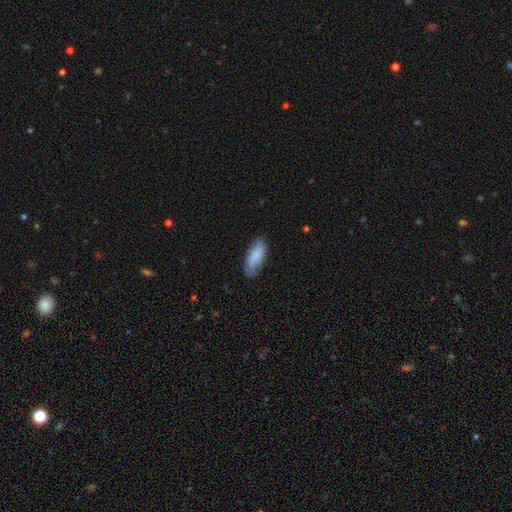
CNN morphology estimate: A smooth galaxy with no disk features (85%) that is in between round and cigar-shaped (76%). Merging: none (77%).